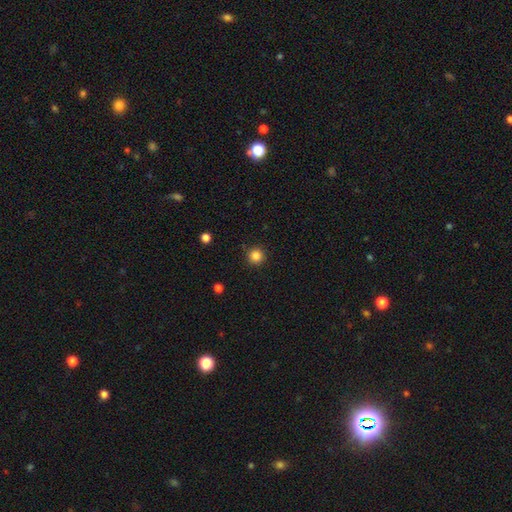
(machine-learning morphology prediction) Smooth or featured? smooth (85%)
How rounded? round (96%)
Merging? none (90%)